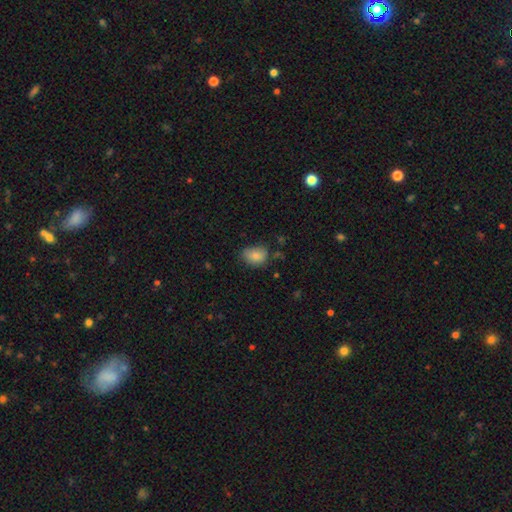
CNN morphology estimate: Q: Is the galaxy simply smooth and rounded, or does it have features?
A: smooth — 83%.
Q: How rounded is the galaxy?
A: in between — 69%.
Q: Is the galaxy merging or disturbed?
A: none — 61%.